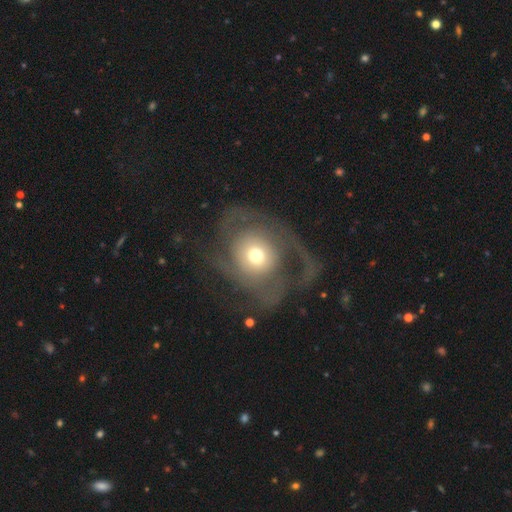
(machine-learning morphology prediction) This is likely a featured or disk galaxy (60%). It is clearly not viewed edge-on (96%). Bar: clearly no (83%). Spiral arm pattern: likely yes (62%). Central bulge: likely moderate (60%). Merging: marginally major disturbance (45%).